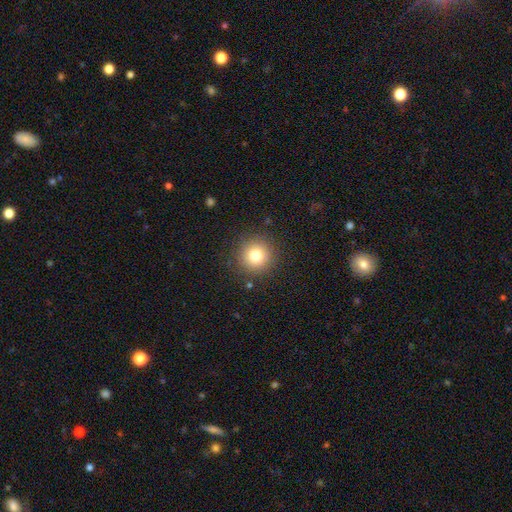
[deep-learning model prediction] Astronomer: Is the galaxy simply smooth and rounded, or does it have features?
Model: smooth — 79%.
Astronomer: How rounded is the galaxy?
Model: round — 94%.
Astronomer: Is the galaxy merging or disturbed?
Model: none — 89%.